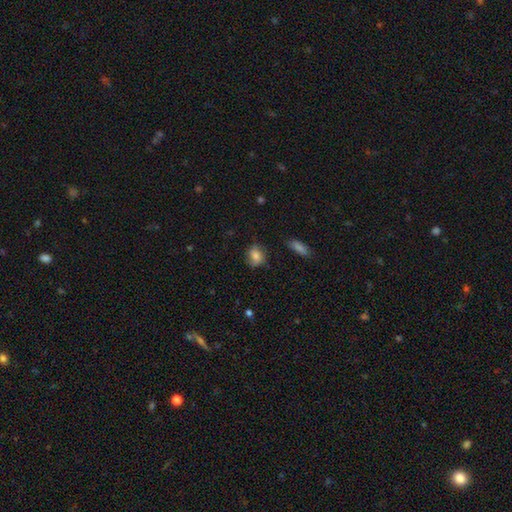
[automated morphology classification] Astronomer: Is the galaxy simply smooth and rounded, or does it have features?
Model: smooth — 73%.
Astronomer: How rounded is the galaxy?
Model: round — 54% (runner-up: in between, 44%).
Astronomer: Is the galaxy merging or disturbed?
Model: none — 69%.